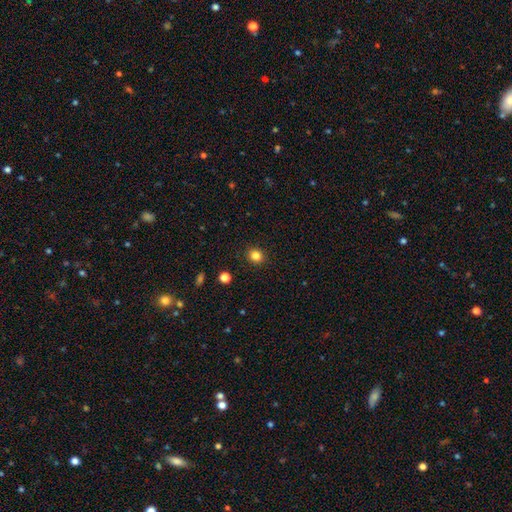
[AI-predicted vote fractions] smooth_or_featured: smooth (p=0.83) [alt: star or artifact p=0.13]
how_rounded: round (p=0.86) [alt: in between p=0.13]
merging: none (p=0.91) [alt: minor disturbance p=0.06]